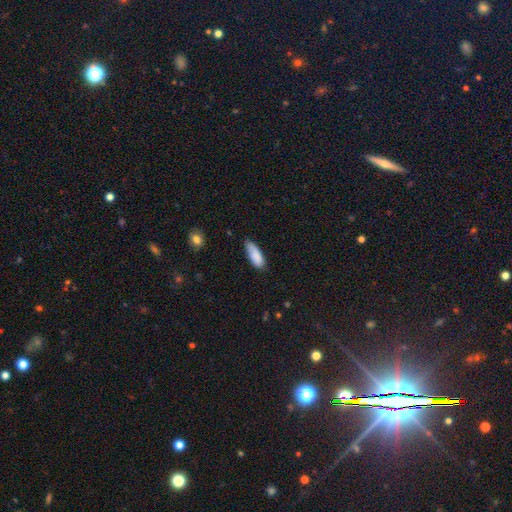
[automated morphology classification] smooth_or_featured: smooth (p=0.86) [alt: featured or disk p=0.07]
how_rounded: in between (p=0.69) [alt: cigar-shaped p=0.30]
merging: none (p=0.62) [alt: minor disturbance p=0.31]